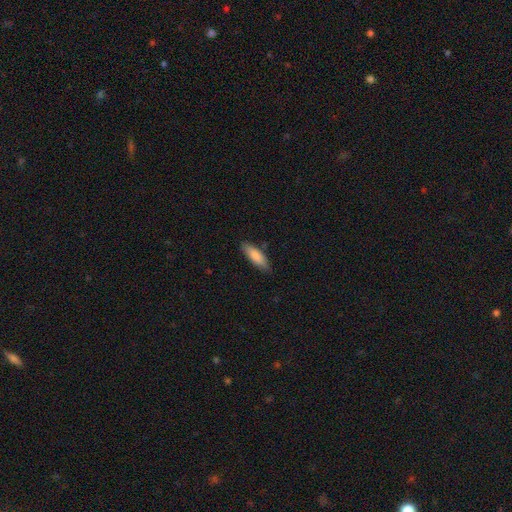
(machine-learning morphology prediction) This is clearly a smooth galaxy (84%). How rounded: possibly in between (55%). Merging: clearly none (83%).